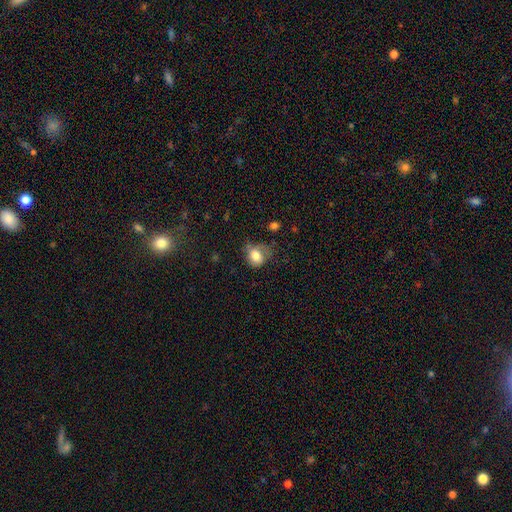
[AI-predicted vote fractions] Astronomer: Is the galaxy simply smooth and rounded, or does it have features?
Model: smooth — 79%.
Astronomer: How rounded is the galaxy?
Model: round — 55% (runner-up: in between, 44%).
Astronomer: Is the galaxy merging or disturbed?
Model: none — 41% (runner-up: minor disturbance, 35%).